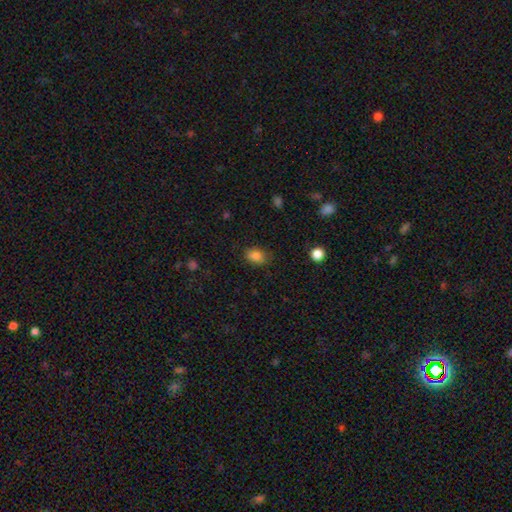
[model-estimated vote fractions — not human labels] A smooth galaxy with no disk features (84%) that is in between round and cigar-shaped (74%). Merging: none (80%).